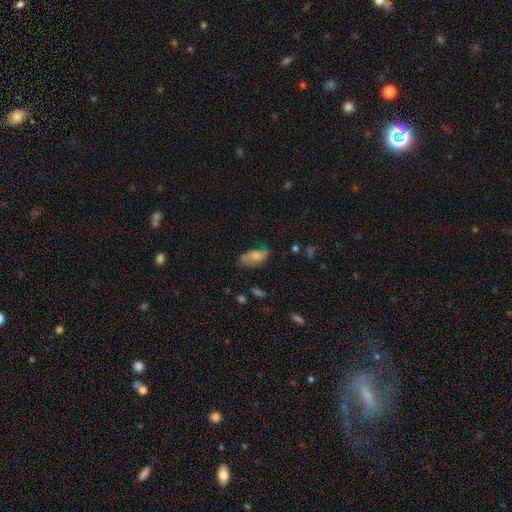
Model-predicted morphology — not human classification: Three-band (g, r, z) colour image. It shows a smooth galaxy with no disk features (66%) that is in between round and cigar-shaped (88%). Merging: none (45%).